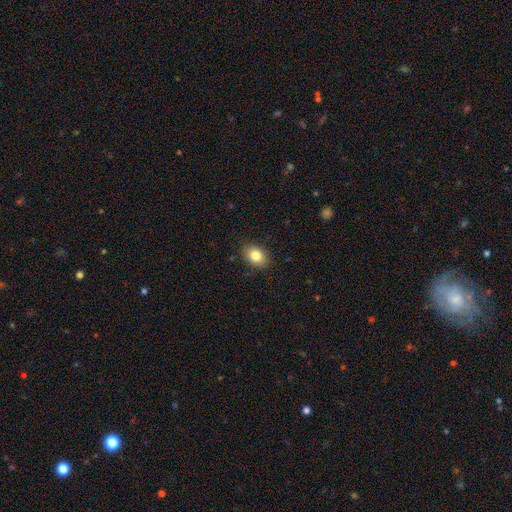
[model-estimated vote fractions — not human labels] Smooth or featured?
  - smooth: 84% *
  - star or artifact: 9%
  - featured or disk: 7%
How rounded?
  - in between: 75% *
  - round: 24%
  - cigar-shaped: 1%
Merging?
  - none: 87% *
  - minor disturbance: 9%
  - major disturbance: 2%
  - merger: 1%